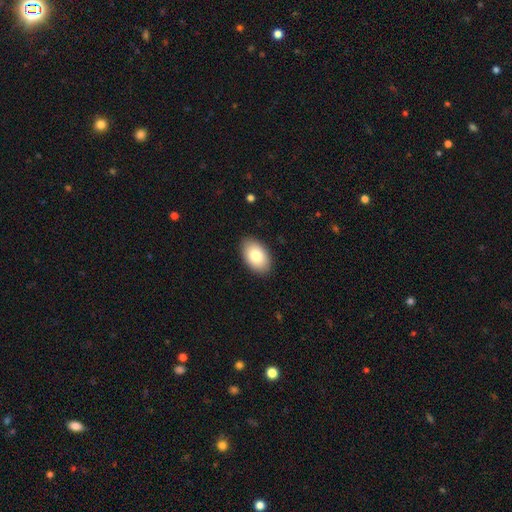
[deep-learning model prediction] This is clearly a smooth galaxy (81%). How rounded: clearly in between (92%). Merging: clearly none (89%).